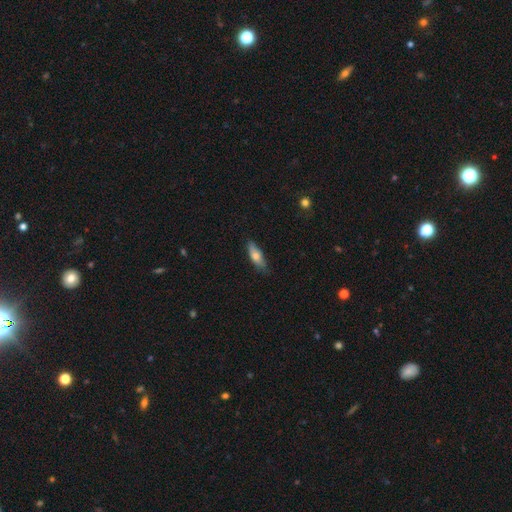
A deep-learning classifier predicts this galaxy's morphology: smooth 67%, featured or disk 27%, star or artifact 6%. Down the decision tree: how rounded — in between (60%); merging — none (73%).